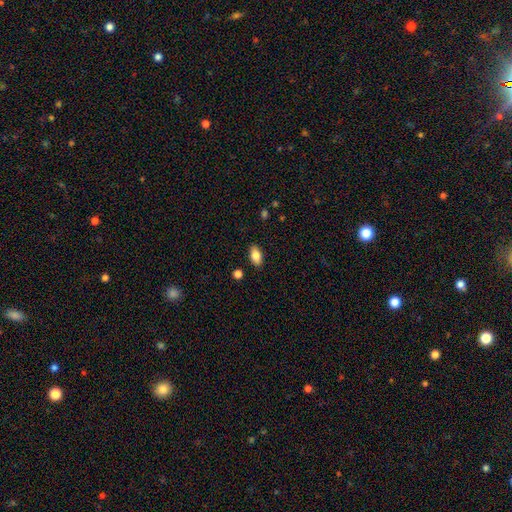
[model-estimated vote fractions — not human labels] smooth-or-featured: smooth: 83% | featured or disk: 9% | star or artifact: 8%
  how-rounded: in between: 91% | round: 5% | cigar-shaped: 4%
  merging: none: 87% | minor disturbance: 9% | major disturbance: 2% | merger: 2%